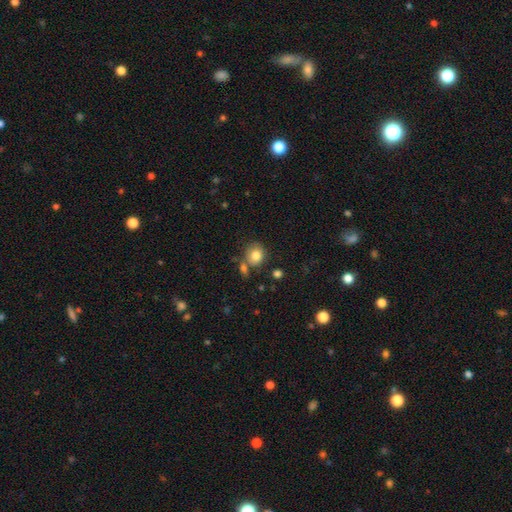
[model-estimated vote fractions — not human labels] Q: Smooth or featured?
A: smooth (80%); runner-up: star or artifact (10%)
Q: How rounded?
A: round (79%); runner-up: in between (20%)
Q: Merging?
A: none (66%); runner-up: merger (16%)